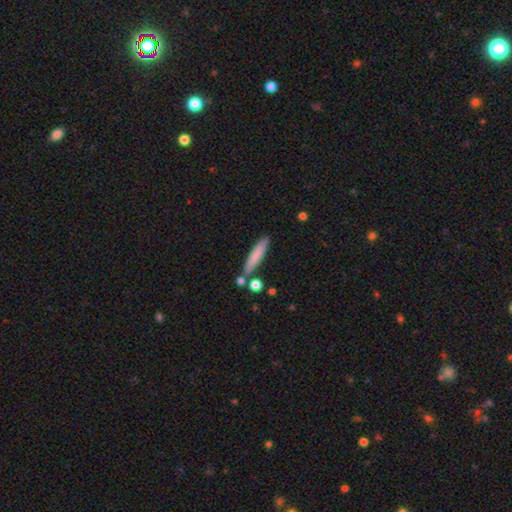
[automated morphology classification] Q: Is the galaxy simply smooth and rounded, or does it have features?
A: smooth — 76%.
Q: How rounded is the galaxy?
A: cigar-shaped — 89%.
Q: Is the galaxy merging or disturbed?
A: none — 77%.